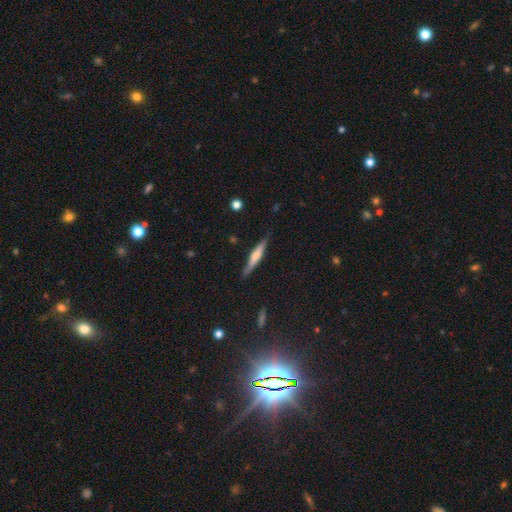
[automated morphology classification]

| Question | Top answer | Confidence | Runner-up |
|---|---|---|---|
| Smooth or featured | featured or disk | 52% | smooth (42%) |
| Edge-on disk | yes | 95% | no (5%) |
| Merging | none | 84% | minor disturbance (12%) |